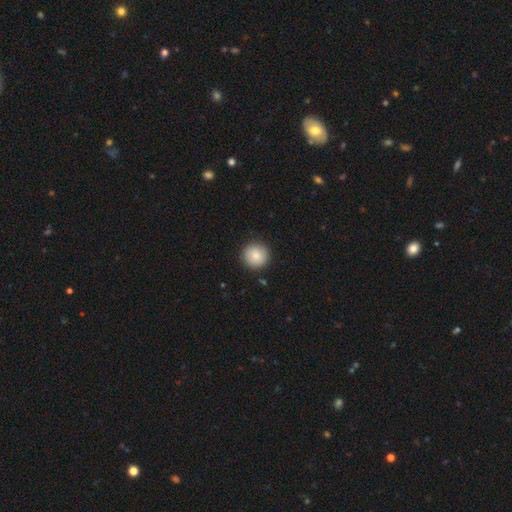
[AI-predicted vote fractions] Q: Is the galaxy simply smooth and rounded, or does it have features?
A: smooth — 85%.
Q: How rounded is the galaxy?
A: round — 95%.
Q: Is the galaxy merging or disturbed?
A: none — 91%.